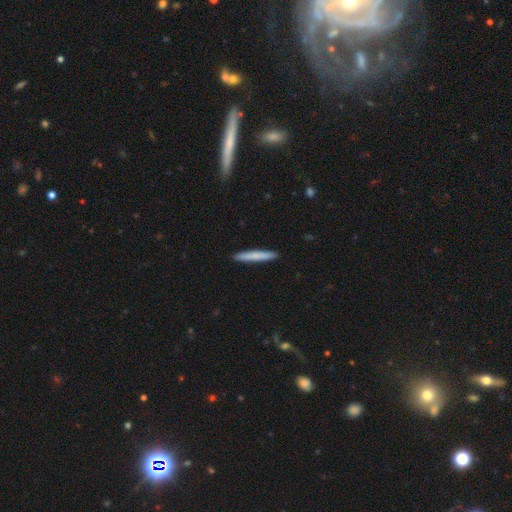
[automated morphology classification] Smooth or featured? smooth (77%)
How rounded? cigar-shaped (96%)
Merging? none (92%)